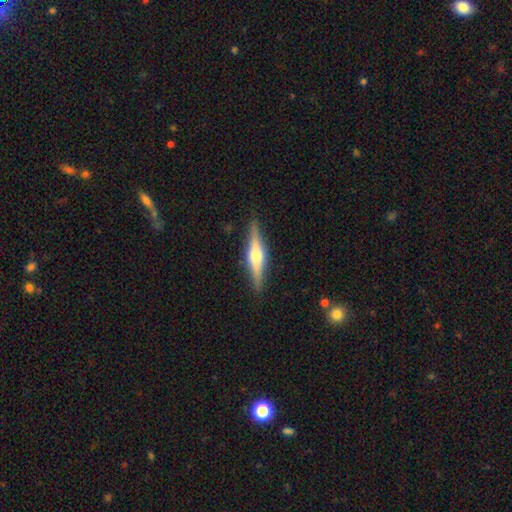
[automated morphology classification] Smooth or featured?
  - featured or disk: 70% *
  - smooth: 24%
  - star or artifact: 6%
Edge-on disk?
  - yes: 97% *
  - no: 3%
Edge-on bulge?
  - rounded: 87% *
  - boxy: 10%
  - none: 3%
Merging?
  - none: 89% *
  - minor disturbance: 8%
  - major disturbance: 2%
  - merger: 1%